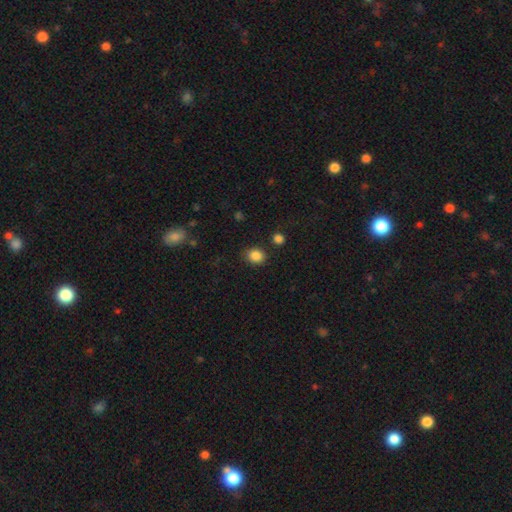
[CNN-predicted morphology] Overall: smooth (86%). How rounded: round (61%; in between 38%). Merging: none (83%).